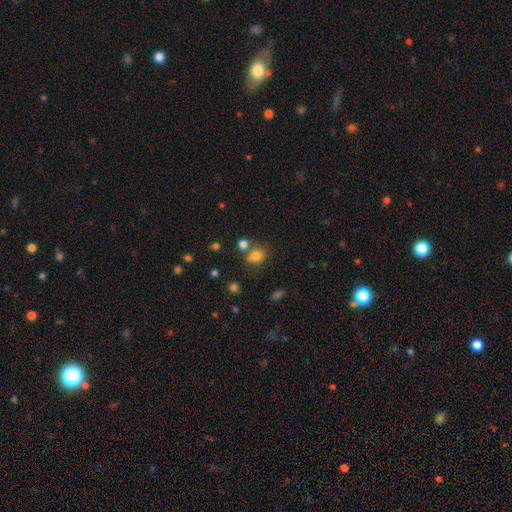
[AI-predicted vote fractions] smooth-or-featured: smooth: 80% | star or artifact: 14% | featured or disk: 7%
  how-rounded: round: 64% | in between: 35% | cigar-shaped: 1%
  merging: none: 61% | merger: 20% | minor disturbance: 13% | major disturbance: 5%